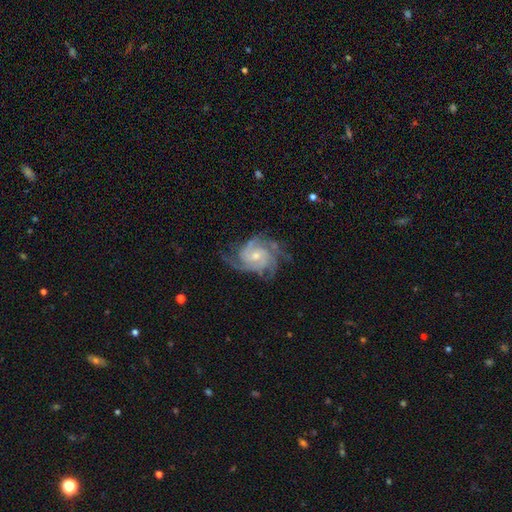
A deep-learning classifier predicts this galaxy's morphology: This appears to be a featured or disk galaxy (89%) with no bar (62%), 3 (33%) tight (50%) spiral arms (98%) and a small central bulge (51%). Merging: none (69%).